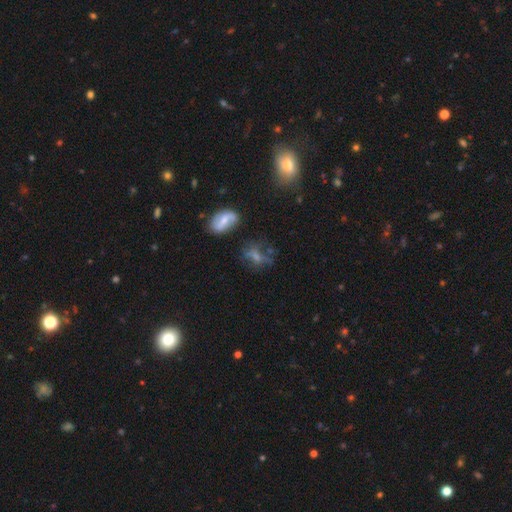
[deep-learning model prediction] featured or disk 39%, smooth 35%, star or artifact 26%. Down the decision tree: merging — none (59%).